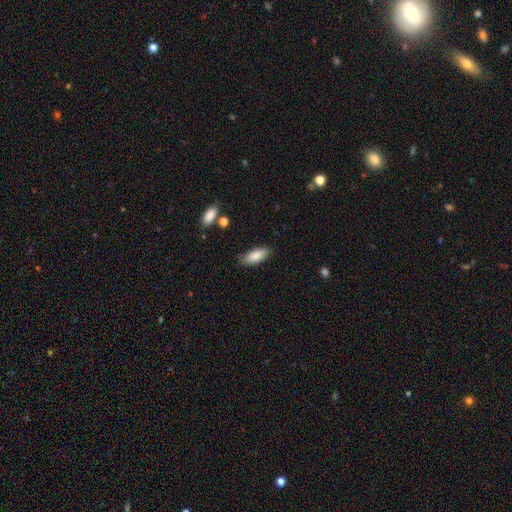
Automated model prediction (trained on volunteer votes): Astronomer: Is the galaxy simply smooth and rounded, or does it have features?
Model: smooth — 86%.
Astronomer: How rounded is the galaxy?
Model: in between — 77%.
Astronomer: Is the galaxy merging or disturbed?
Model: none — 80%.